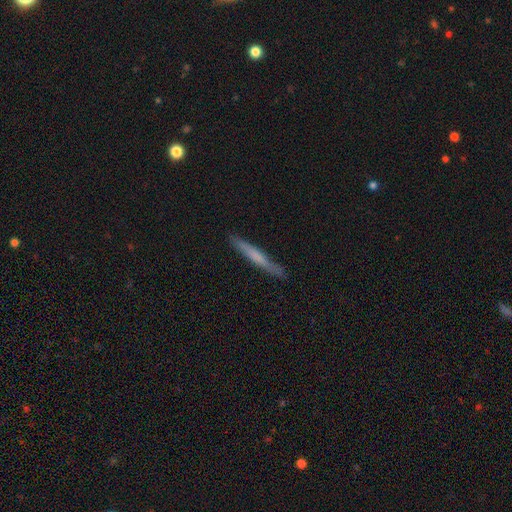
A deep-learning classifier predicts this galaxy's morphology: Smooth or featured? smooth (53%)
How rounded? cigar-shaped (96%)
Merging? none (87%)